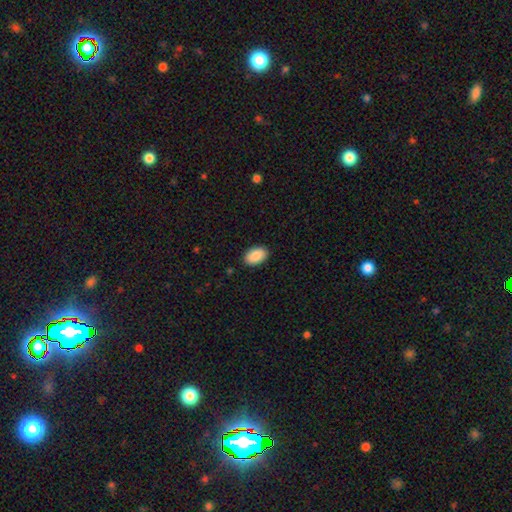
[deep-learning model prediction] smooth 90%, star or artifact 6%, featured or disk 3%. Down the decision tree: how rounded — in between (93%); merging — none (90%).